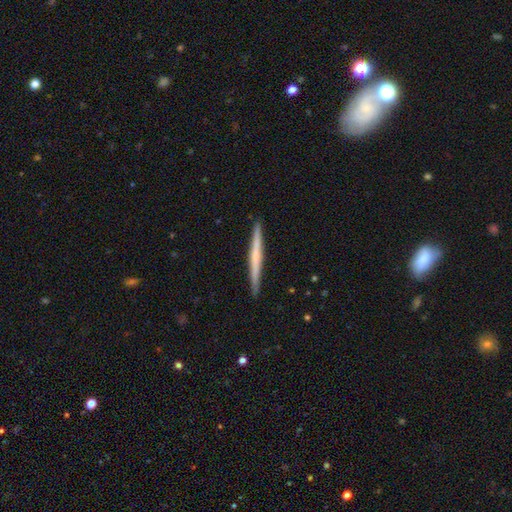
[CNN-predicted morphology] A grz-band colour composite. It shows a featured or disk galaxy (51%) viewed edge-on (98%). Merging: none (92%).